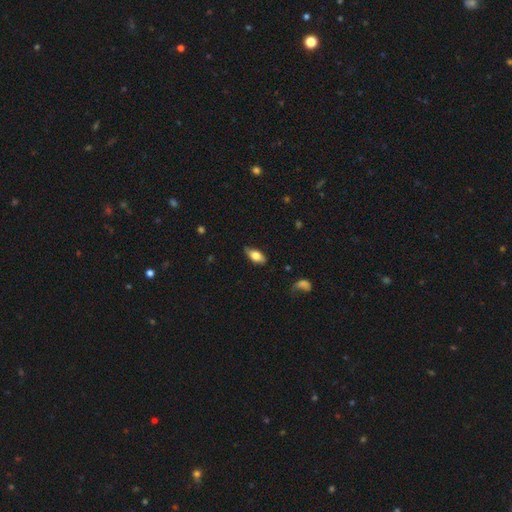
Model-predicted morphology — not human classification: This appears to be a smooth galaxy with no disk features (70%) that is in between round and cigar-shaped (86%). Merging: none (78%).